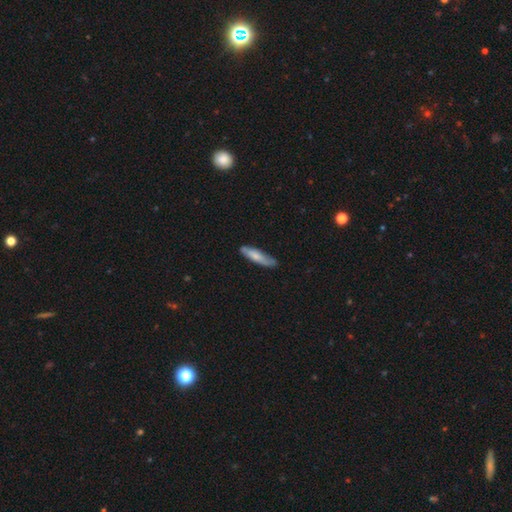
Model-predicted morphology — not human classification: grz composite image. It shows a smooth galaxy with no disk features (68%) that is cigar-shaped (75%). Merging: none (75%).